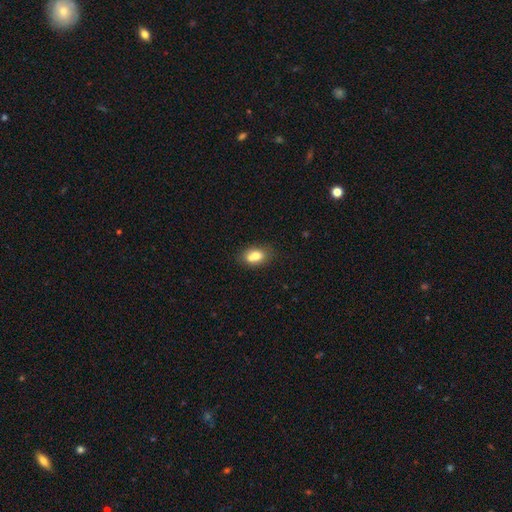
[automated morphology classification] A smooth galaxy with no disk features (73%) that is in between round and cigar-shaped (68%).

Vote fractions:
- Smooth or featured? smooth: 73% / featured or disk: 18% / star or artifact: 9%
- How rounded? in between: 68% / round: 31% / cigar-shaped: 2%
- Merging? none: 46% / merger: 36% / minor disturbance: 14% / major disturbance: 4%